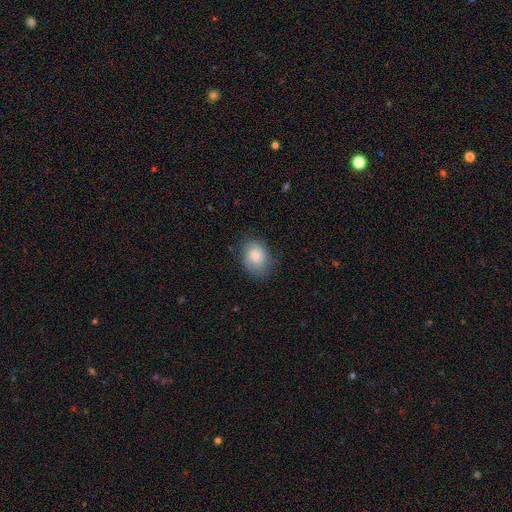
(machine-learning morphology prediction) smooth 78%, featured or disk 15%, star or artifact 7%. Down the decision tree: how rounded — in between (64%); merging — none (72%).